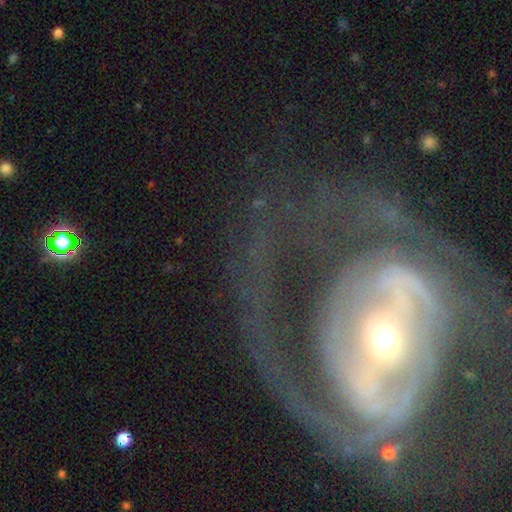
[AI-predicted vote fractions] Morphology: type=featured or disk (83%); edge-on=no (95%); bar=strong (41%); spiral arms=yes (80%); winding=tight (47%); arm count=2 (52%); bulge=small (57%); merging=none (56%).